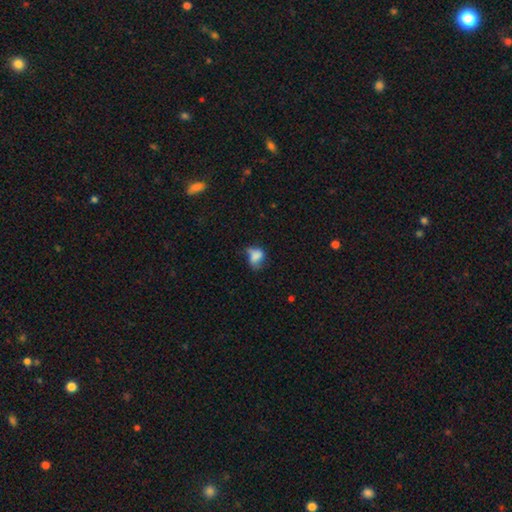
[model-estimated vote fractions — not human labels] A smooth galaxy with no disk features (72%) that is in between round and cigar-shaped (72%). Merging: minor disturbance (34%).